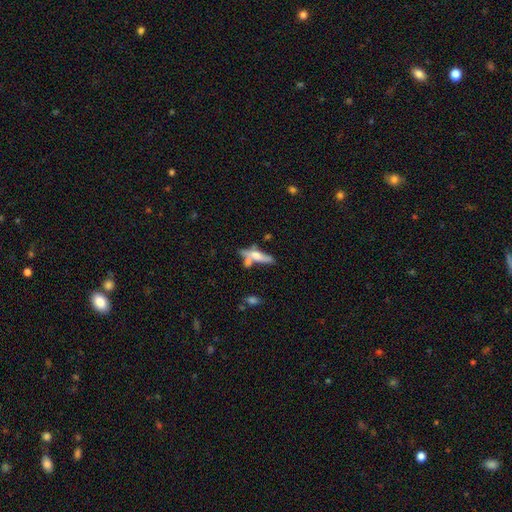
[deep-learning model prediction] smooth_or_featured: smooth (p=0.48) [alt: featured or disk p=0.44]
merging: none (p=0.45) [alt: merger p=0.30]